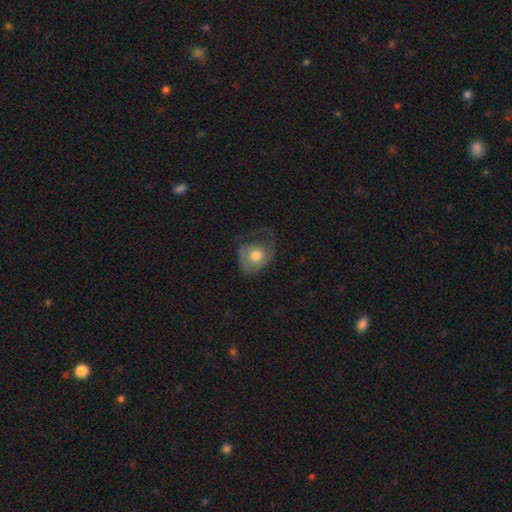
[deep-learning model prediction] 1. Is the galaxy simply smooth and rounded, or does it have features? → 48% smooth, 46% featured or disk, 7% star or artifact.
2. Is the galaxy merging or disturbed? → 39% major disturbance, 34% none, 25% minor disturbance, 2% merger.